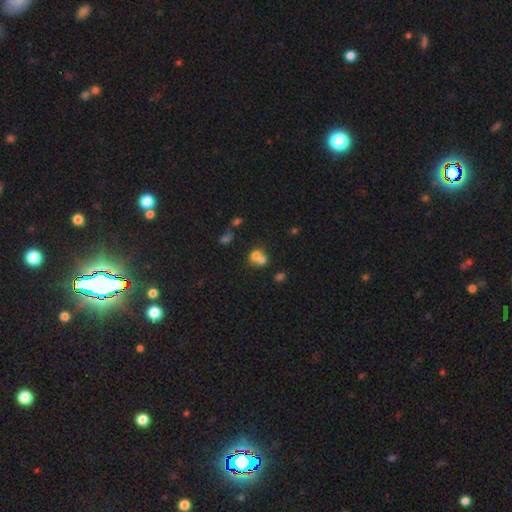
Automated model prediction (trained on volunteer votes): A smooth galaxy with no disk features (67%) that is round (63%). Merging: merger (65%).